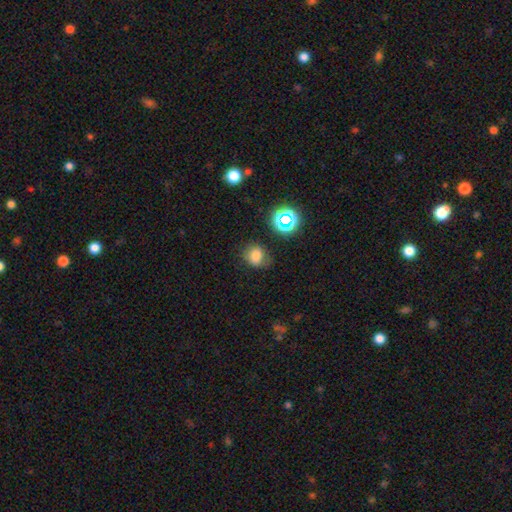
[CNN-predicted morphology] A smooth galaxy with no disk features (74%) that is round (62%).

Vote fractions:
- Smooth or featured? smooth: 74% / star or artifact: 17% / featured or disk: 9%
- How rounded? round: 62% / in between: 37% / cigar-shaped: 1%
- Merging? none: 69% / minor disturbance: 21% / major disturbance: 7% / merger: 3%